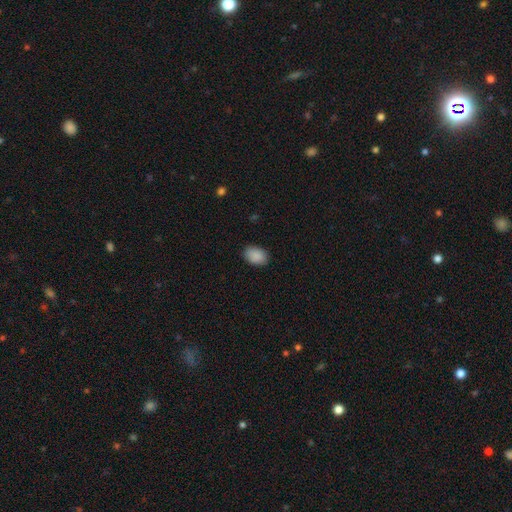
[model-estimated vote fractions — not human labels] A smooth galaxy with no disk features (90%) that is in between round and cigar-shaped (84%).

Vote fractions:
- Smooth or featured? smooth: 90% / star or artifact: 7% / featured or disk: 3%
- How rounded? in between: 84% / round: 15% / cigar-shaped: 1%
- Merging? none: 87% / minor disturbance: 10% / major disturbance: 2% / merger: 1%